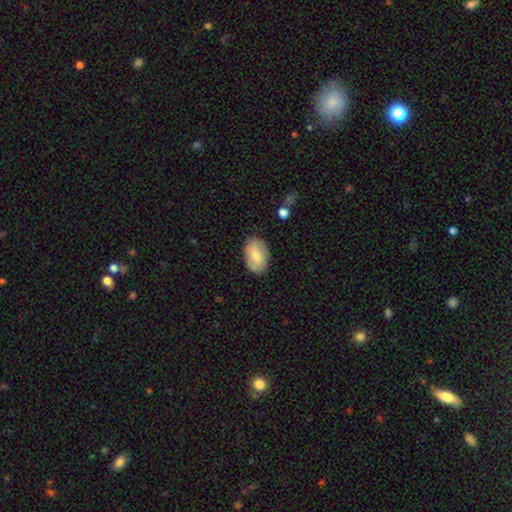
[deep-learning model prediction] This appears to be a smooth galaxy with no disk features (67%) that is in between round and cigar-shaped (90%). Merging: none (82%).